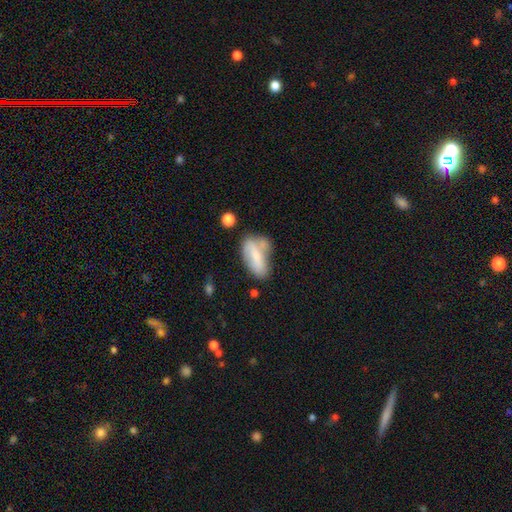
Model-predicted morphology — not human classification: smooth-or-featured: smooth: 66% | featured or disk: 26% | star or artifact: 8%
  how-rounded: in between: 82% | cigar-shaped: 14% | round: 3%
  merging: none: 39% | minor disturbance: 27% | merger: 20% | major disturbance: 14%